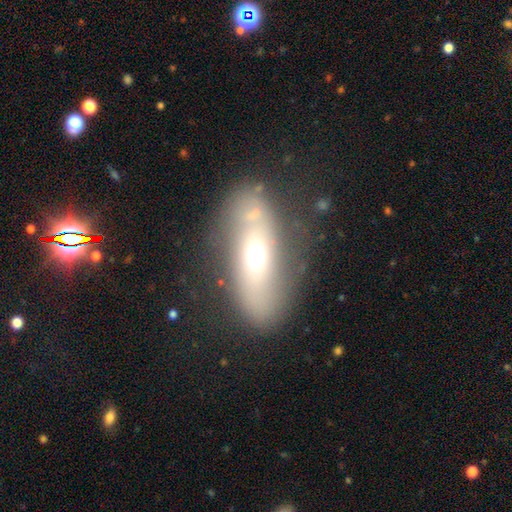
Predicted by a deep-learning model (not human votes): Smooth or featured?
  - smooth: 46% *
  - featured or disk: 43%
  - star or artifact: 11%
Merging?
  - none: 65% *
  - minor disturbance: 18%
  - major disturbance: 10%
  - merger: 7%